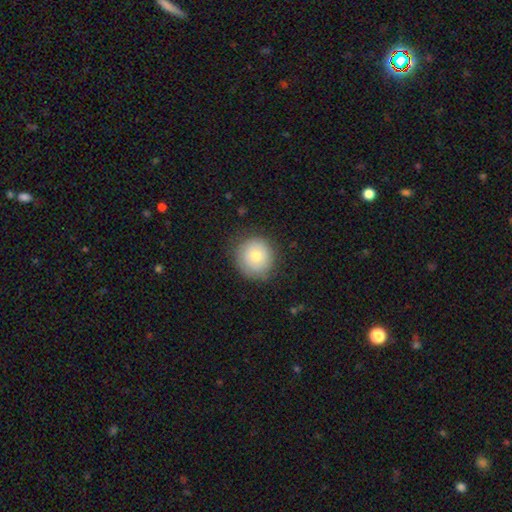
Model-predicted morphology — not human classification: The model was most divided on "smooth or featured": smooth: 70%, featured or disk: 22%, star or artifact: 8%. More confident: how rounded — round (92%); merging — none (81%).